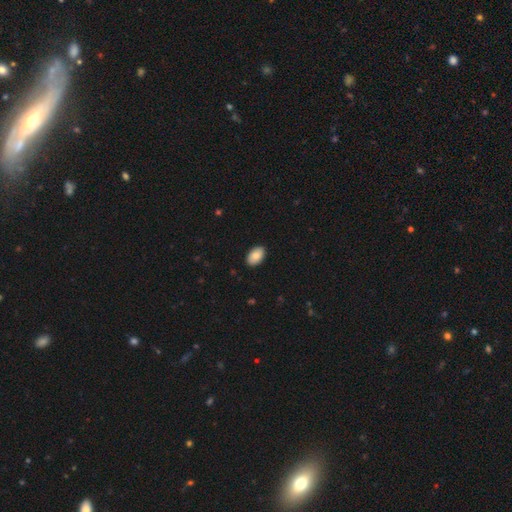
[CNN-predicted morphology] smooth_or_featured: smooth (p=0.84) [alt: featured or disk p=0.09]
how_rounded: in between (p=0.93) [alt: round p=0.06]
merging: none (p=0.89) [alt: minor disturbance p=0.08]